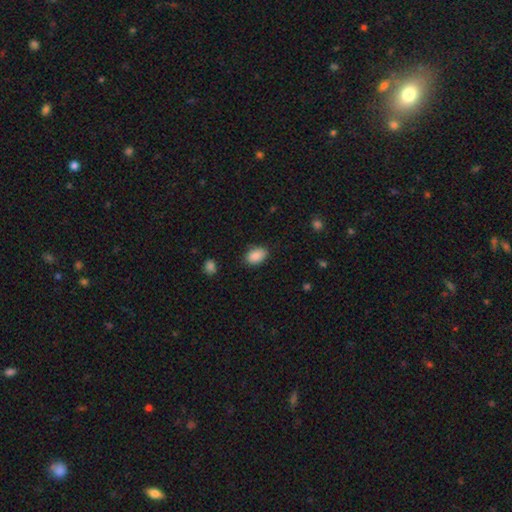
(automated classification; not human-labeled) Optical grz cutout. It shows a smooth galaxy with no disk features (89%) that is in between round and cigar-shaped (85%). Merging: none (81%).